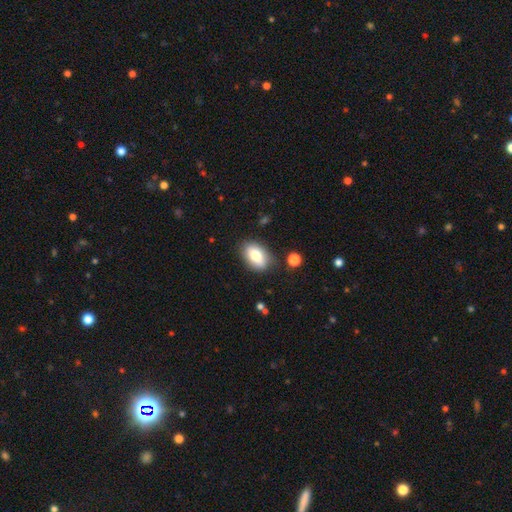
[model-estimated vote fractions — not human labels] This is likely a smooth galaxy (75%). How rounded: clearly in between (87%). Merging: clearly none (82%).